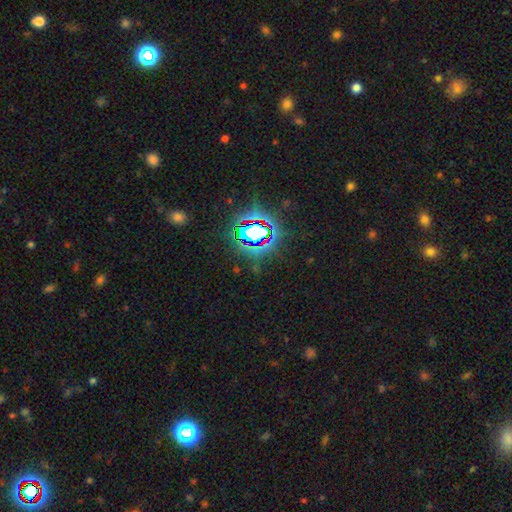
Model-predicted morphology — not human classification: Smooth or featured?
  - star or artifact: 82% *
  - smooth: 11%
  - featured or disk: 7%